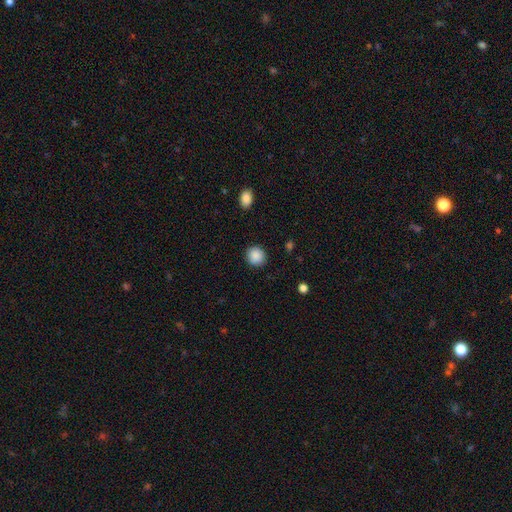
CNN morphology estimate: Overall: smooth (88%). How rounded: round (88%). Merging: none (89%).